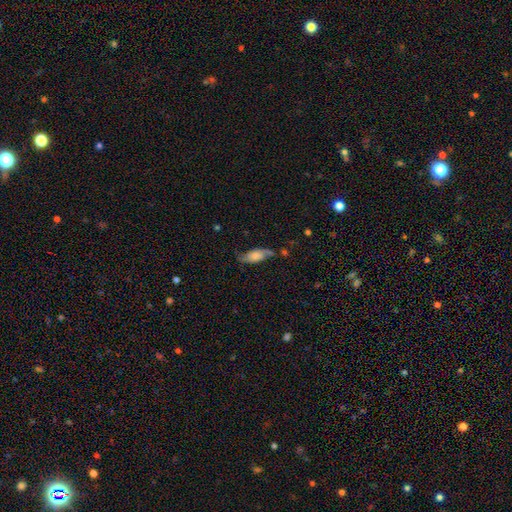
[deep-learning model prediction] This appears to be a featured or disk galaxy (54%). Merging: none (60%).